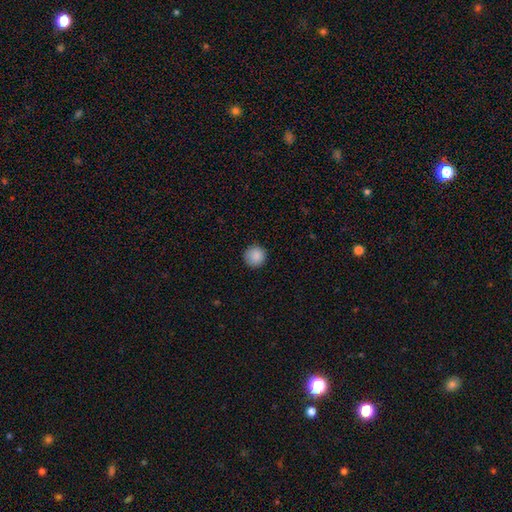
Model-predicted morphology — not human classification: A smooth galaxy with no disk features (88%) that is round (95%). Merging: none (90%).